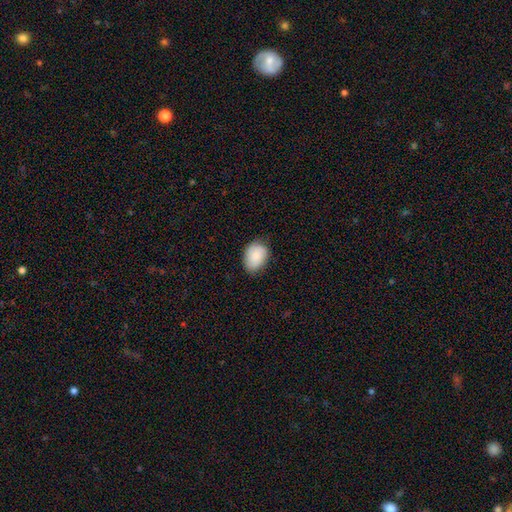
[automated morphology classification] This appears to be a smooth galaxy with no disk features (84%) that is in between round and cigar-shaped (74%). Merging: none (74%).